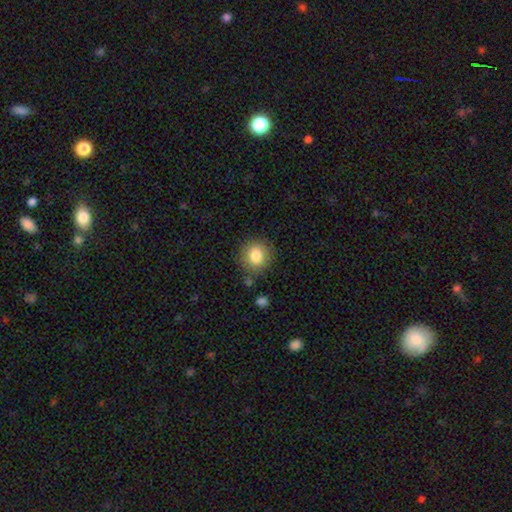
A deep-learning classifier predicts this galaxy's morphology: A smooth galaxy with no disk features (83%) that is round (86%).

Vote fractions:
- Smooth or featured? smooth: 83% / star or artifact: 9% / featured or disk: 8%
- How rounded? round: 86% / in between: 13% / cigar-shaped: 1%
- Merging? none: 82% / minor disturbance: 12% / major disturbance: 3% / merger: 3%